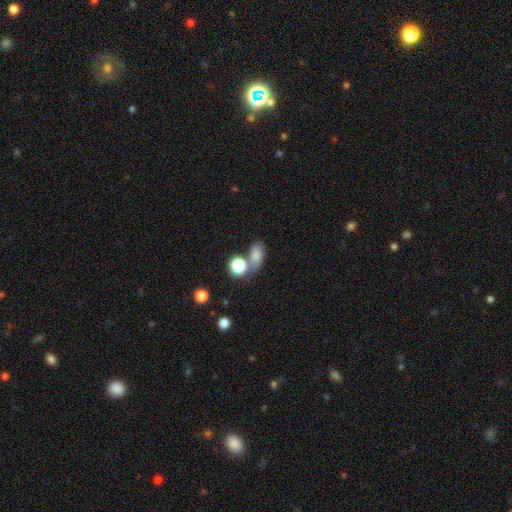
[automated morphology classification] Q: Smooth or featured?
A: smooth (76%); runner-up: star or artifact (15%)
Q: How rounded?
A: in between (77%); runner-up: round (20%)
Q: Merging?
A: none (55%); runner-up: merger (25%)